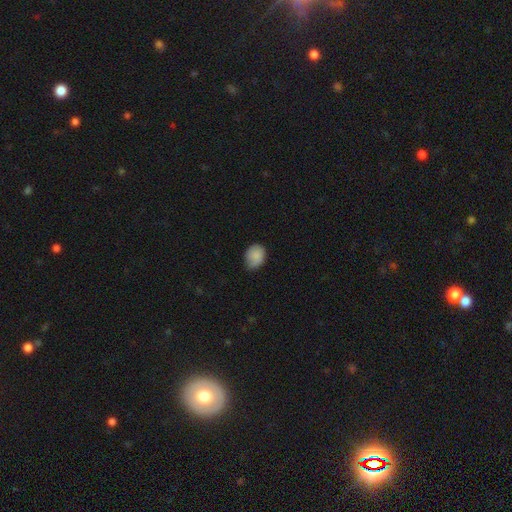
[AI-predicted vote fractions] The model was most divided on "how rounded": in between: 56%, round: 43%, cigar-shaped: 1%. More confident: smooth or featured — smooth (85%); merging — none (58%).